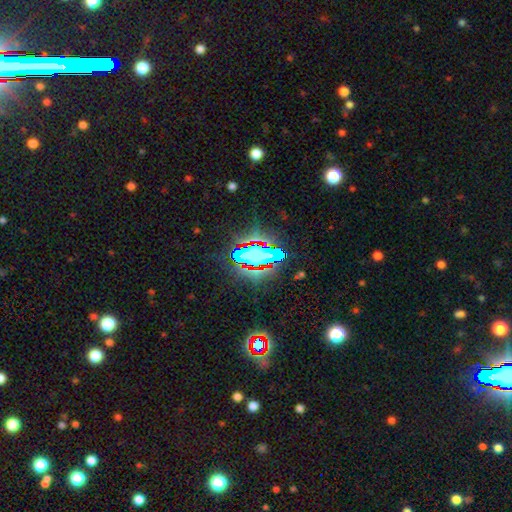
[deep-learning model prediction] Q: Smooth or featured?
A: star or artifact (59%); runner-up: smooth (25%)